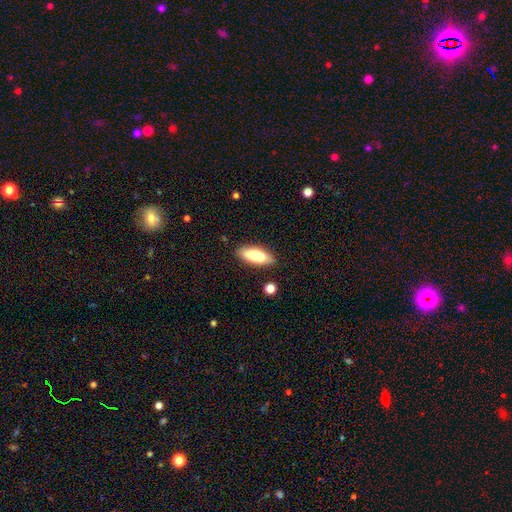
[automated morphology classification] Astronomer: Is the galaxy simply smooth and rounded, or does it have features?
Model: smooth — 80%.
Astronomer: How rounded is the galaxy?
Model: in between — 74%.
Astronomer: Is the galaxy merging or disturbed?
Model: none — 83%.